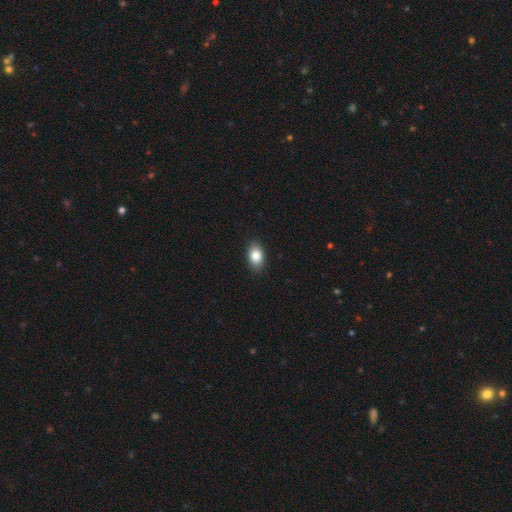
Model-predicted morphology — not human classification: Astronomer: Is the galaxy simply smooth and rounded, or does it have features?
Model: smooth — 84%.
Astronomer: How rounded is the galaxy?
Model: in between — 86%.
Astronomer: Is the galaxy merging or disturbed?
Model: none — 89%.